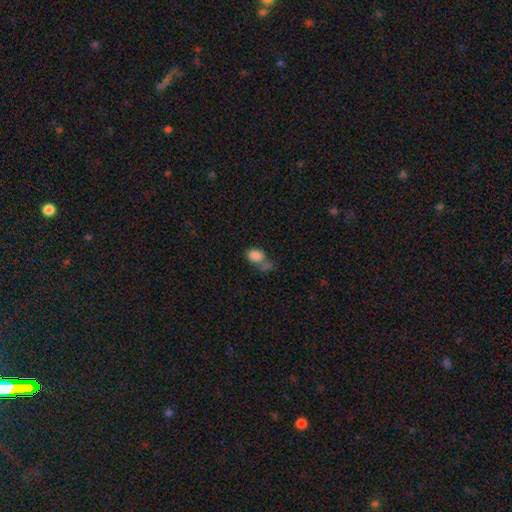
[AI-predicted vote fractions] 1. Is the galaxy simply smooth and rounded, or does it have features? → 82% smooth, 10% star or artifact, 8% featured or disk.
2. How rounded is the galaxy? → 71% in between, 27% round, 2% cigar-shaped.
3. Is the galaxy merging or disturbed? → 32% merger (tied), 32% none (tied), 20% minor disturbance, 16% major disturbance.